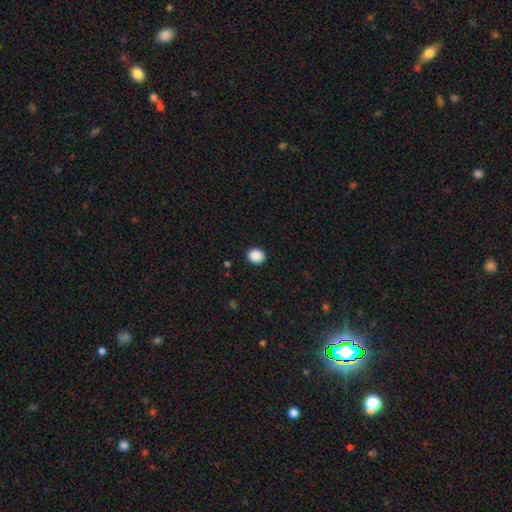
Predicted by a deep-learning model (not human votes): The model was most divided on "how rounded": round: 80%, in between: 19%, cigar-shaped: 1%. More confident: merging — none (92%); smooth or featured — smooth (89%).